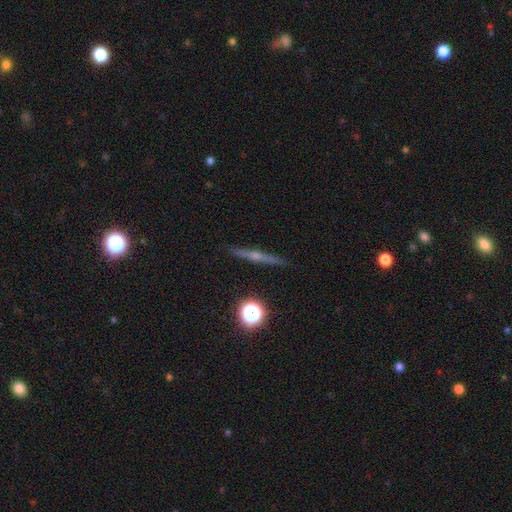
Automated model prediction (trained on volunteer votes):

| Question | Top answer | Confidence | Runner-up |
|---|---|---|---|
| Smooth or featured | featured or disk | 69% | smooth (20%) |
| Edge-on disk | yes | 97% | no (3%) |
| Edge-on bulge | rounded | 80% | none (15%) |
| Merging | none | 91% | minor disturbance (6%) |